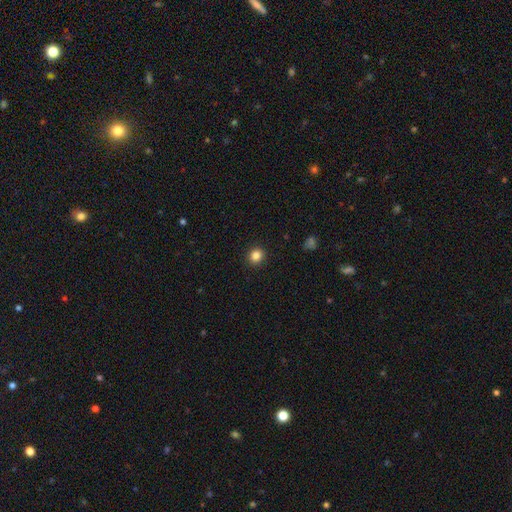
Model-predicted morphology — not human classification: smooth_or_featured: smooth (p=0.84) [alt: star or artifact p=0.11]
how_rounded: round (p=0.83) [alt: in between p=0.16]
merging: none (p=0.92) [alt: minor disturbance p=0.05]